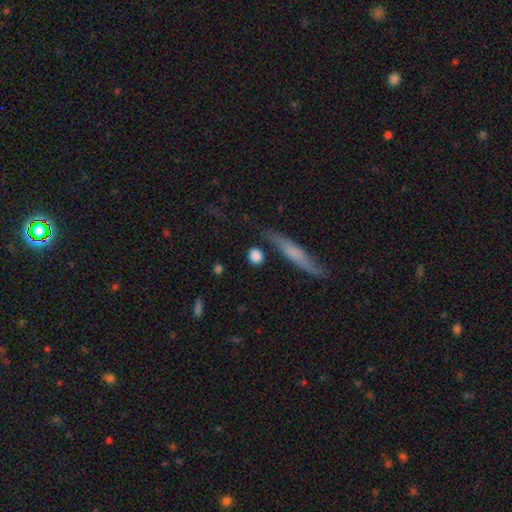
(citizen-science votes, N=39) A smooth galaxy with no disk features (85%) that is round (61%). Merging: none (86%).